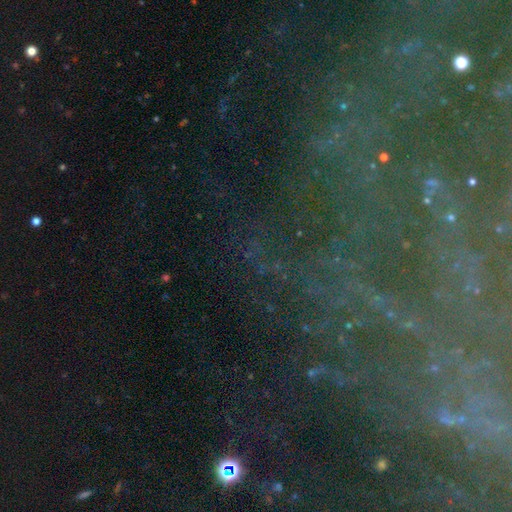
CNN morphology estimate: Q: Smooth or featured?
A: star or artifact (49%); runner-up: featured or disk (37%)